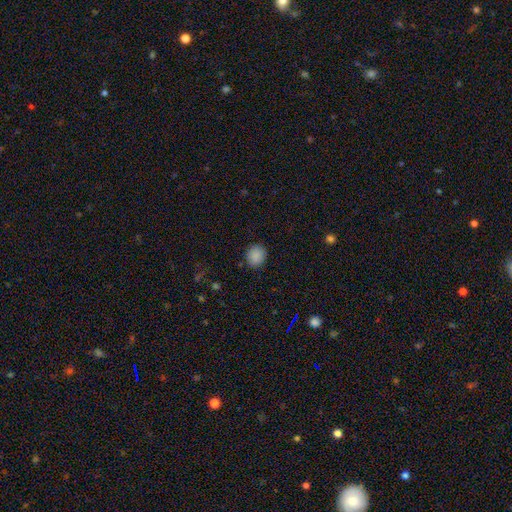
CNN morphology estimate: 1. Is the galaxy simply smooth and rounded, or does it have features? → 87% smooth, 10% star or artifact, 3% featured or disk.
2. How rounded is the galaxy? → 79% round, 20% in between, 1% cigar-shaped.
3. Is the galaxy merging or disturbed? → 88% none, 9% minor disturbance, 2% major disturbance, 1% merger.